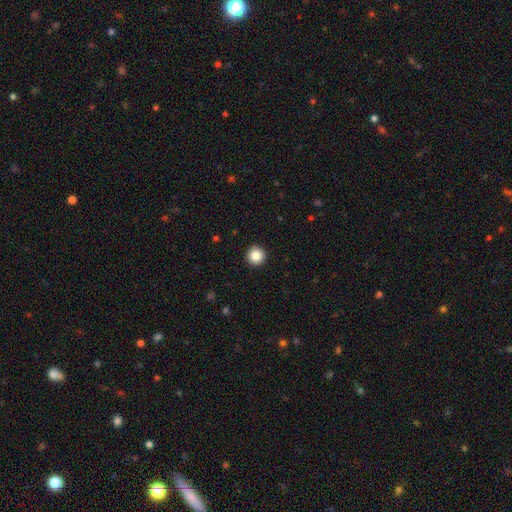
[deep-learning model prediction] Overall: smooth (86%). How rounded: round (96%). Merging: none (93%).